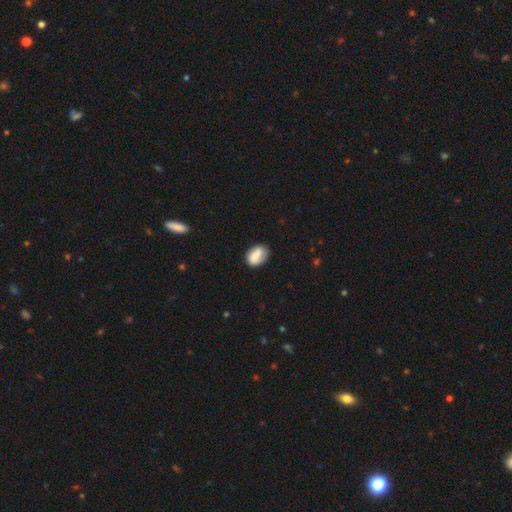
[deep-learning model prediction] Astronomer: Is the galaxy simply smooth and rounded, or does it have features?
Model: smooth — 70%.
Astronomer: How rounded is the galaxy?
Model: in between — 75%.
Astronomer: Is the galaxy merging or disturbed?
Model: none — 72%.